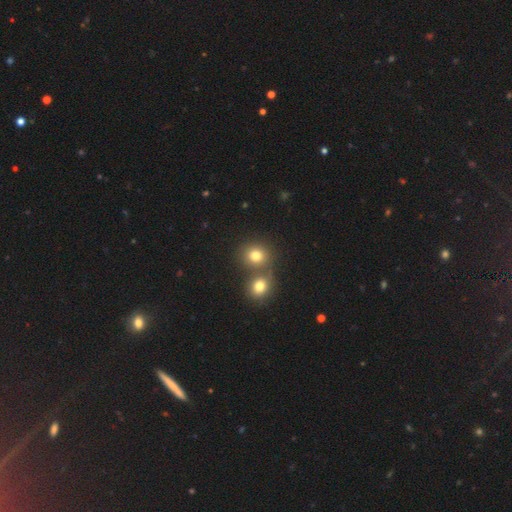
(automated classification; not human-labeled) Smooth or featured? Predicted: smooth (p=0.78). How rounded? Predicted: round (p=0.82). Merging? Predicted: none (p=0.49).